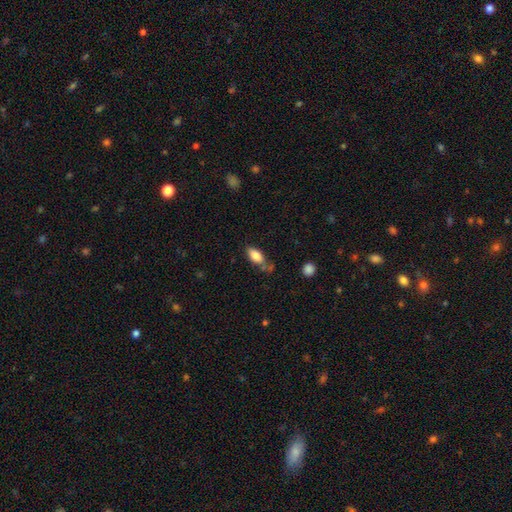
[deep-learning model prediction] The model was most divided on "merging": none: 60%, minor disturbance: 22%, merger: 11%, major disturbance: 6%. More confident: how rounded — in between (88%); smooth or featured — smooth (82%).